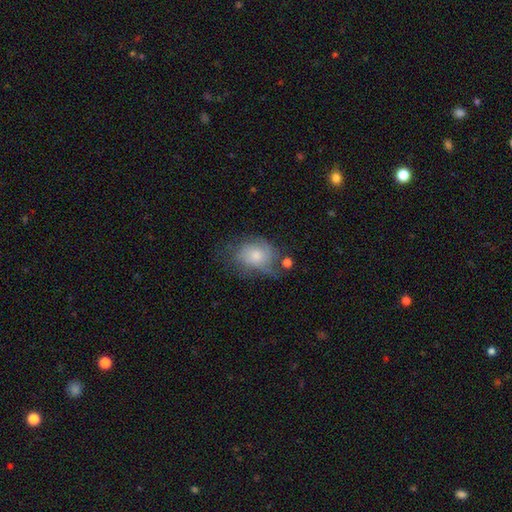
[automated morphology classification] Smooth or featured? smooth (51%)
How rounded? in between (58%)
Merging? none (40%)